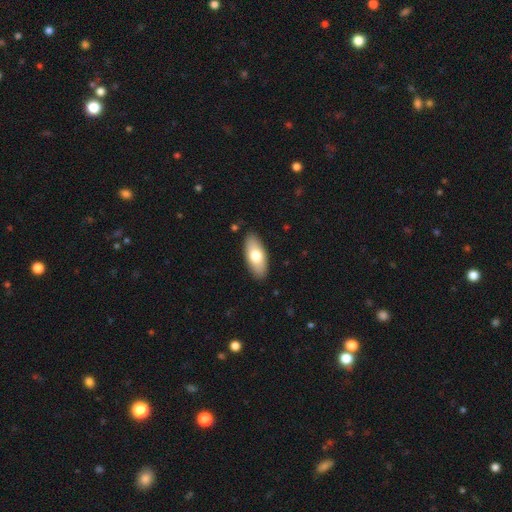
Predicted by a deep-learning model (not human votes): A smooth galaxy with no disk features (72%) that is in between round and cigar-shaped (85%).

Vote fractions:
- Smooth or featured? smooth: 72% / featured or disk: 23% / star or artifact: 5%
- How rounded? in between: 85% / cigar-shaped: 13% / round: 2%
- Merging? none: 88% / minor disturbance: 9% / major disturbance: 2% / merger: 1%